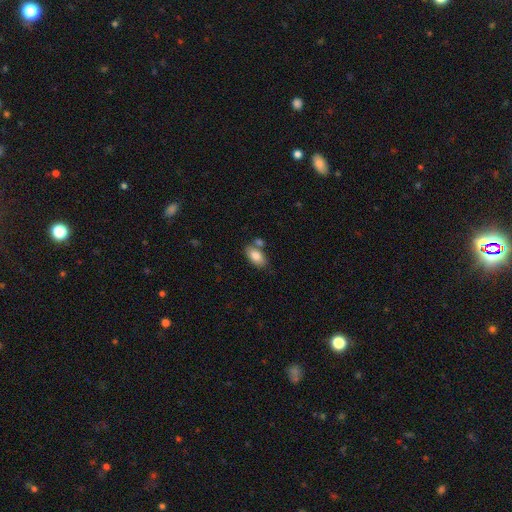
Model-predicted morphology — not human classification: smooth-or-featured: smooth: 81% | featured or disk: 12% | star or artifact: 7%
  how-rounded: in between: 93% | round: 5% | cigar-shaped: 3%
  merging: none: 66% | merger: 18% | minor disturbance: 13% | major disturbance: 3%